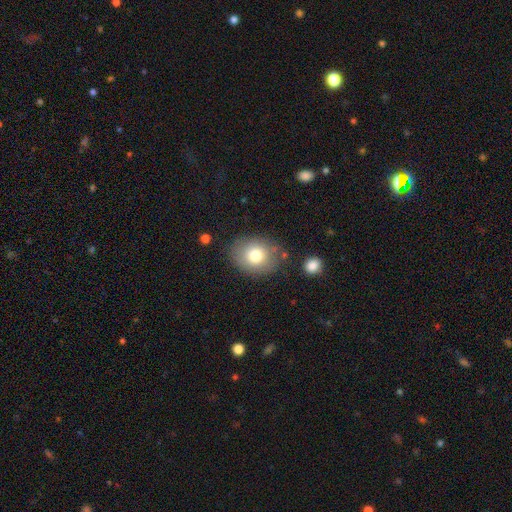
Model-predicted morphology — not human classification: Smooth or featured? Predicted: smooth (p=0.77). How rounded? Predicted: round (p=0.55). Merging? Predicted: none (p=0.77).